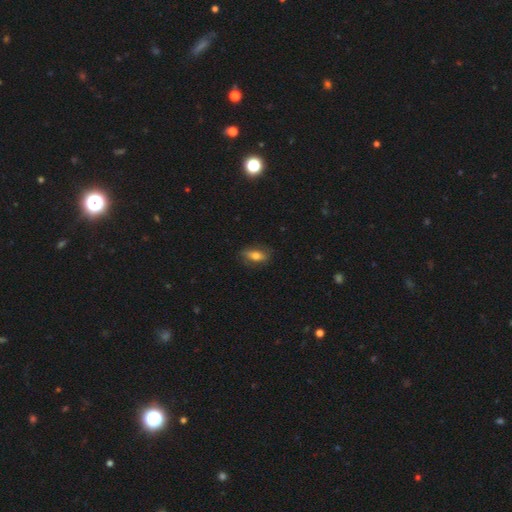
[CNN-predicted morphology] A smooth galaxy with no disk features (66%) that is in between round and cigar-shaped (76%). Merging: none (77%).